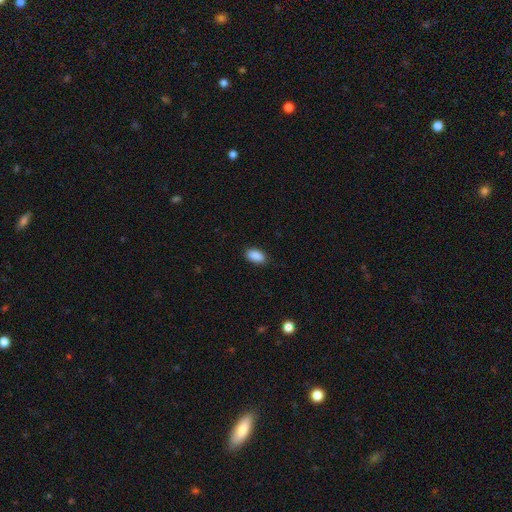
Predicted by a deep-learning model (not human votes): Morphology: type=smooth (90%); roundness=in between (93%); merging=none (86%).